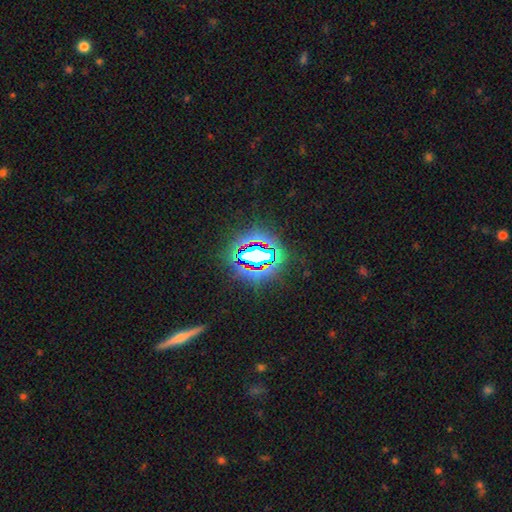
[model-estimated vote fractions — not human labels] Smooth or featured: star or artifact — 71% (smooth — 17%)